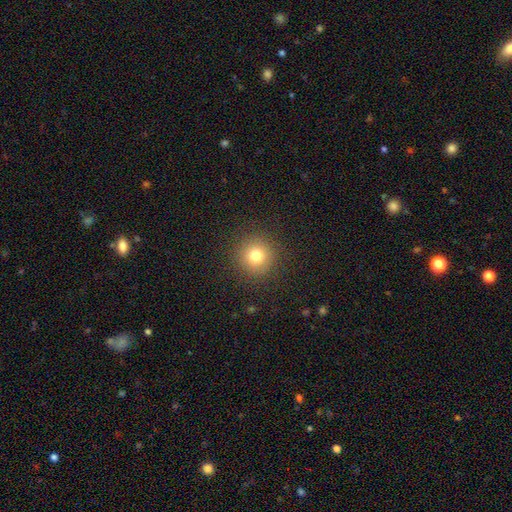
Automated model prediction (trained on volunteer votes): A smooth galaxy with no disk features (77%) that is round (94%). Merging: none (90%).